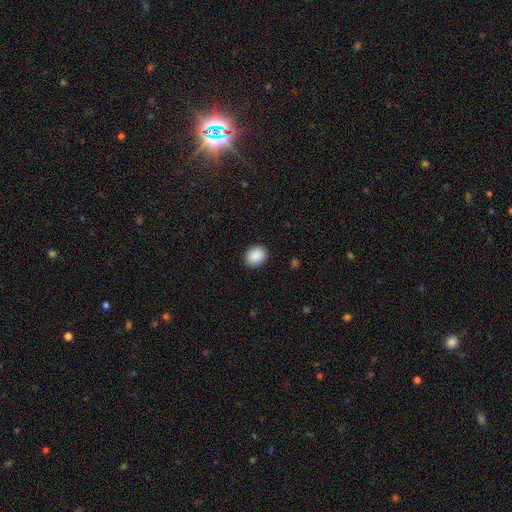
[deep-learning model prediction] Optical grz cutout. It shows a smooth galaxy with no disk features (90%) that is round (52%). Merging: none (90%).